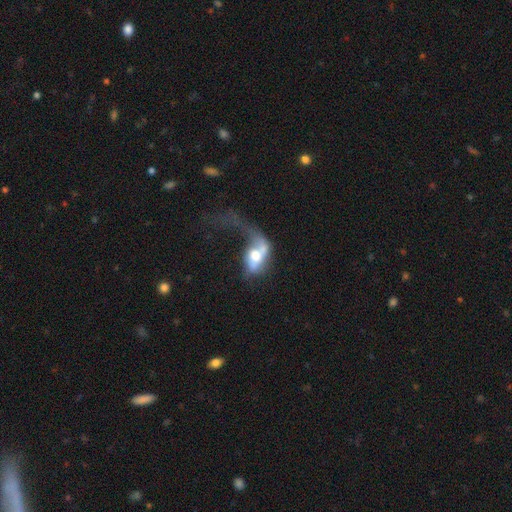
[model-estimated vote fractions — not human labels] Smooth or featured? Predicted: featured or disk (p=0.52). Edge-on disk? Predicted: no (p=0.93). Merging? Predicted: major disturbance (p=0.60).